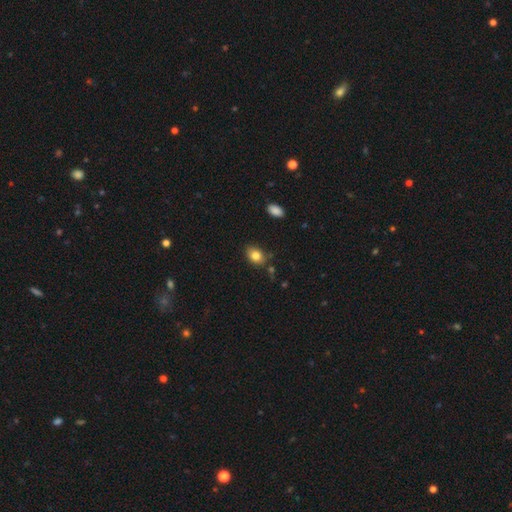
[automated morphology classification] A smooth galaxy with no disk features (82%) that is in between round and cigar-shaped (74%).

Vote fractions:
- Smooth or featured? smooth: 82% / star or artifact: 9% / featured or disk: 9%
- How rounded? in between: 74% / round: 24% / cigar-shaped: 1%
- Merging? none: 78% / minor disturbance: 16% / merger: 4% / major disturbance: 3%